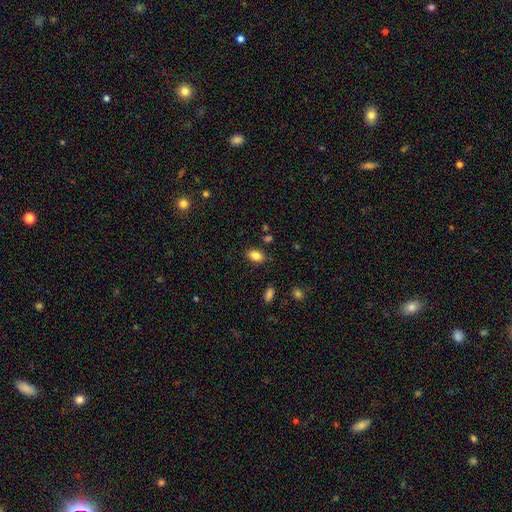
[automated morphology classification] Q: Smooth or featured?
A: smooth (83%); runner-up: star or artifact (9%)
Q: How rounded?
A: in between (87%); runner-up: round (11%)
Q: Merging?
A: none (84%); runner-up: minor disturbance (12%)